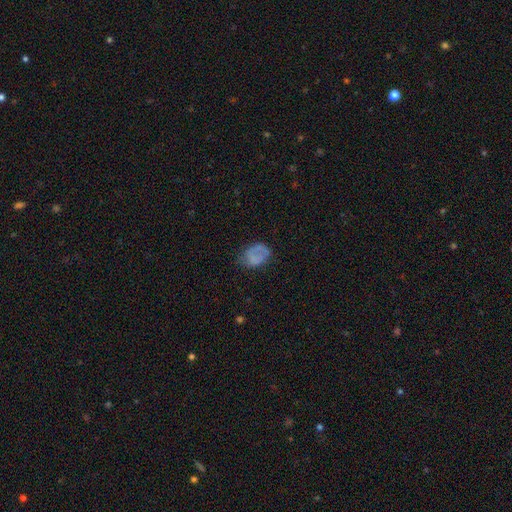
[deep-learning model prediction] Overall: smooth (62%; featured or disk 26%). How rounded: in between (69%; round 30%). Merging: none (48%; minor disturbance 29%).